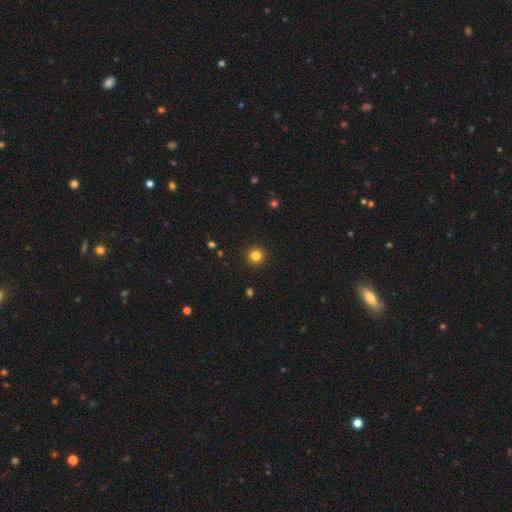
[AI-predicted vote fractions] Overall: smooth (82%). How rounded: round (96%). Merging: none (93%).